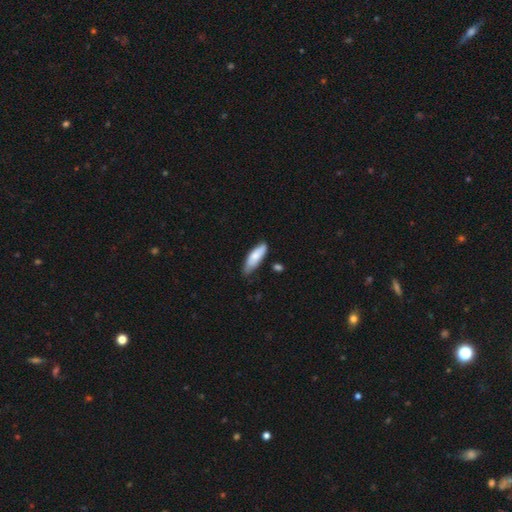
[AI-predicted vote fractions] This appears to be a smooth galaxy with no disk features (79%) that is in between round and cigar-shaped (57%). Merging: none (67%).